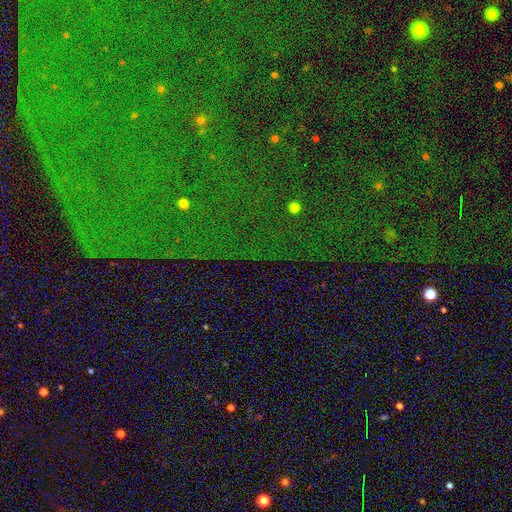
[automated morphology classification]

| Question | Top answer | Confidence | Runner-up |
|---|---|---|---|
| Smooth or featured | star or artifact | 86% | featured or disk (7%) |